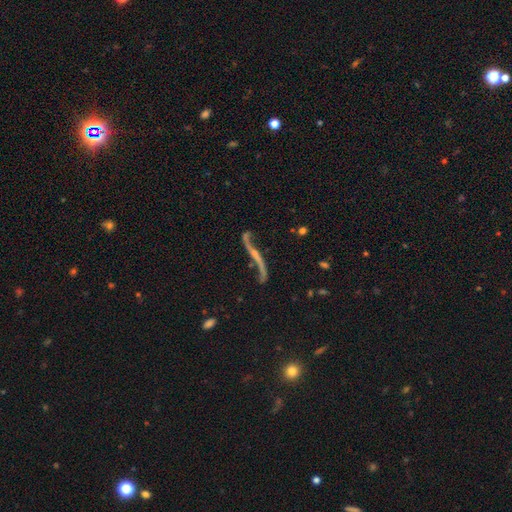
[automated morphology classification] type=featured or disk (83%); edge-on=no (59%); merging=none (57%).